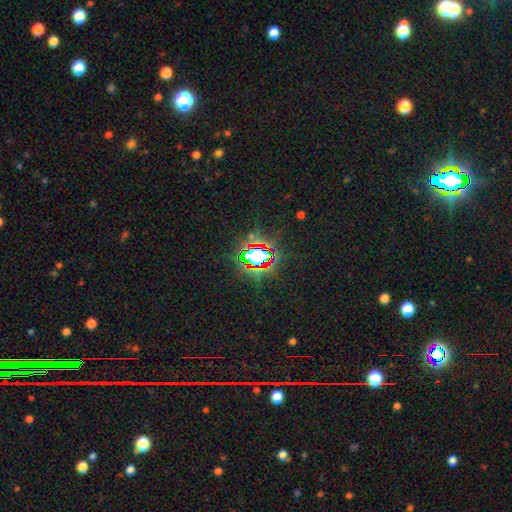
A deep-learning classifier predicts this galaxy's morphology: Q: Smooth or featured?
A: star or artifact (72%); runner-up: smooth (16%)